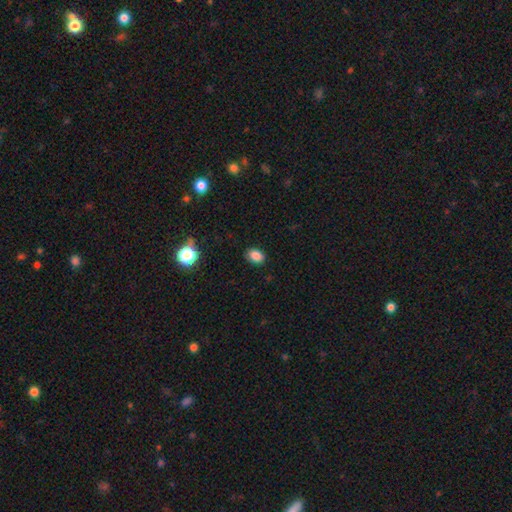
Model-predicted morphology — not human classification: Q: Smooth or featured?
A: smooth (85%); runner-up: star or artifact (11%)
Q: How rounded?
A: in between (73%); runner-up: round (26%)
Q: Merging?
A: none (86%); runner-up: minor disturbance (10%)